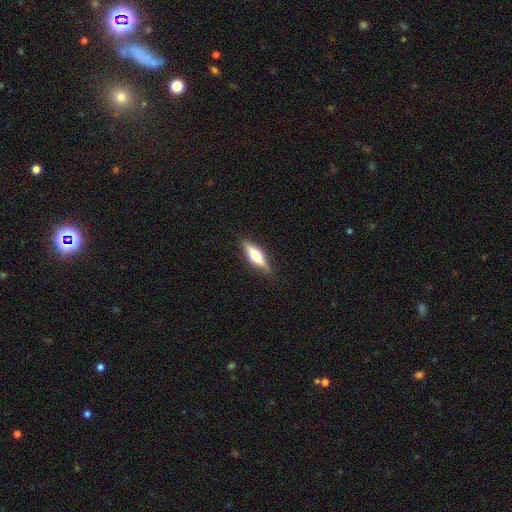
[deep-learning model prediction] A featured or disk galaxy (52%) viewed edge-on (93%).

Vote fractions:
- Smooth or featured? featured or disk: 52% / smooth: 43% / star or artifact: 6%
- Edge-on disk? yes: 93% / no: 7%
- Merging? none: 89% / minor disturbance: 9% / major disturbance: 2% / merger: 1%